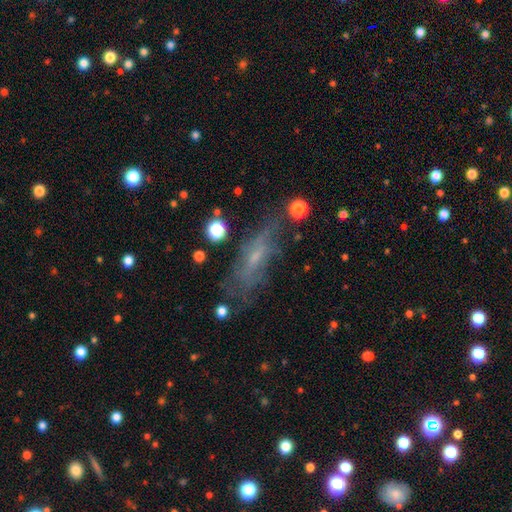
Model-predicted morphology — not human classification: This is possibly a featured or disk galaxy (54%). It is likely not viewed edge-on (65%). Merging: likely none (63%).